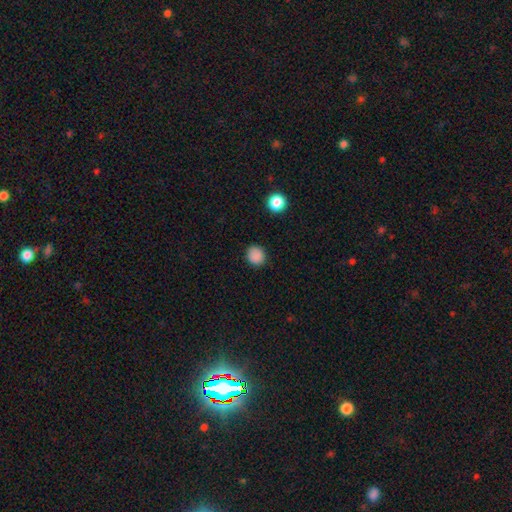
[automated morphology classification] Smooth or featured? smooth (86%)
How rounded? round (80%)
Merging? none (87%)